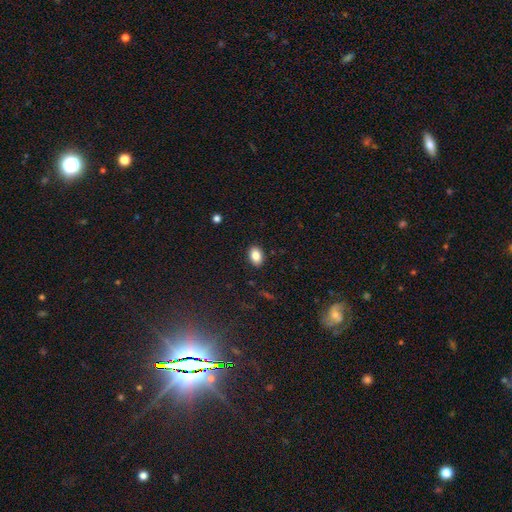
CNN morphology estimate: smooth_or_featured: smooth (p=0.85) [alt: star or artifact p=0.09]
how_rounded: in between (p=0.85) [alt: round p=0.14]
merging: none (p=0.89) [alt: minor disturbance p=0.08]